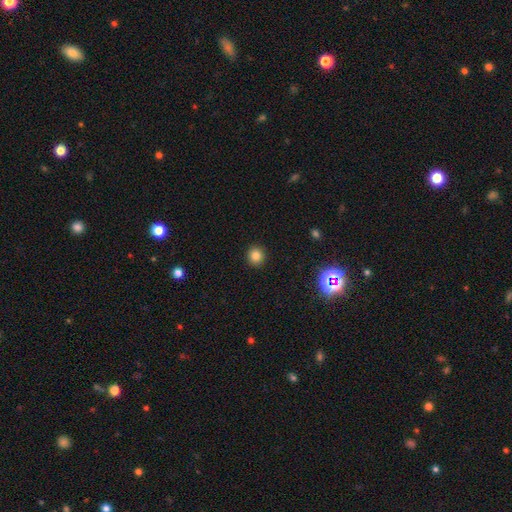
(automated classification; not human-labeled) smooth_or_featured: smooth (p=0.82) [alt: star or artifact p=0.13]
how_rounded: round (p=0.92) [alt: in between p=0.07]
merging: none (p=0.93) [alt: minor disturbance p=0.05]